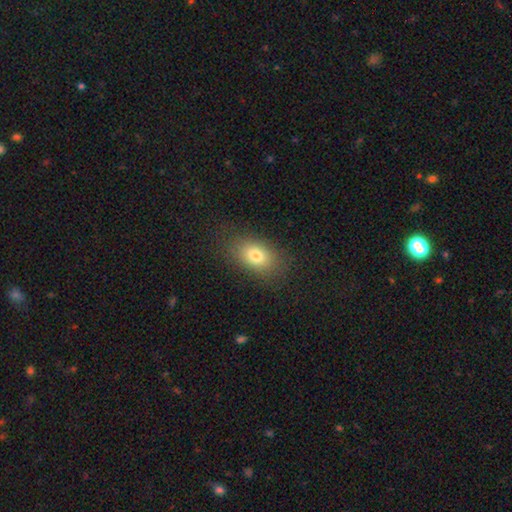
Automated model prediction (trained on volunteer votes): This appears to be a smooth galaxy with no disk features (79%) that is in between round and cigar-shaped (83%). Merging: none (84%).